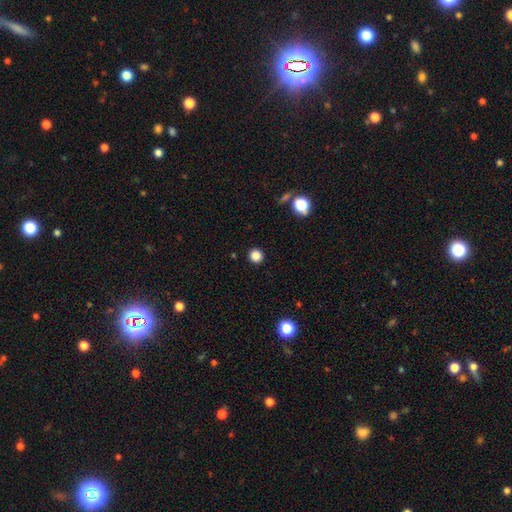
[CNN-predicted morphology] Overall: smooth (85%). How rounded: round (95%). Merging: none (93%).